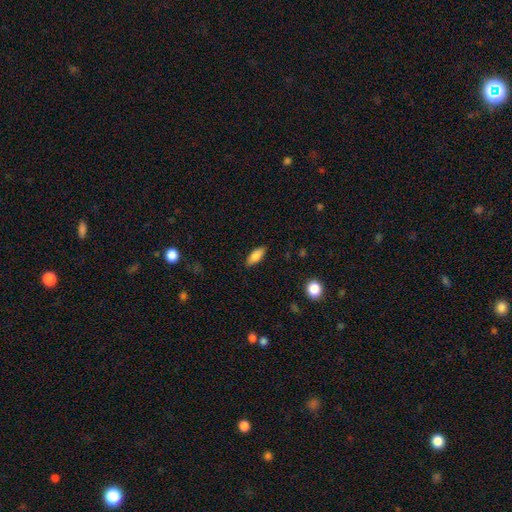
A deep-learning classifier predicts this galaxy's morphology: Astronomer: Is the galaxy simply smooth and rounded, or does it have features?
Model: smooth — 83%.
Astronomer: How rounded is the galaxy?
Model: in between — 79%.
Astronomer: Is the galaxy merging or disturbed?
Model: none — 87%.